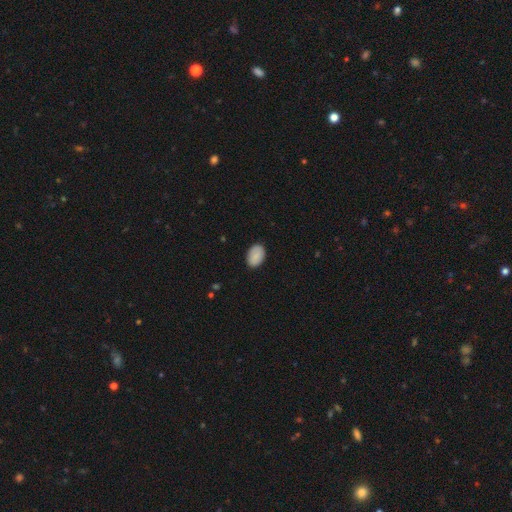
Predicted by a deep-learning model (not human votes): Smooth or featured? smooth (87%)
How rounded? in between (88%)
Merging? none (87%)